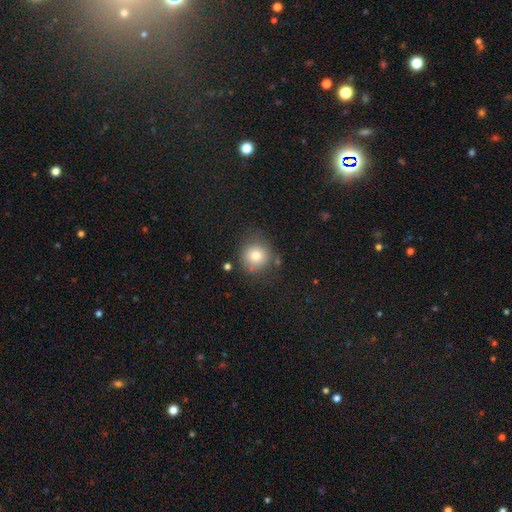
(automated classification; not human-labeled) This is likely a smooth galaxy (79%). How rounded: clearly round (90%). Merging: likely none (76%).